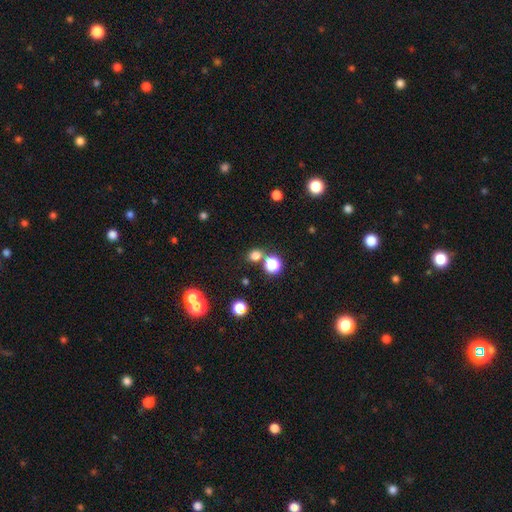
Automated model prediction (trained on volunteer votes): smooth_or_featured: smooth (p=0.74) [alt: star or artifact p=0.21]
how_rounded: round (p=0.72) [alt: in between p=0.27]
merging: none (p=0.70) [alt: merger p=0.18]